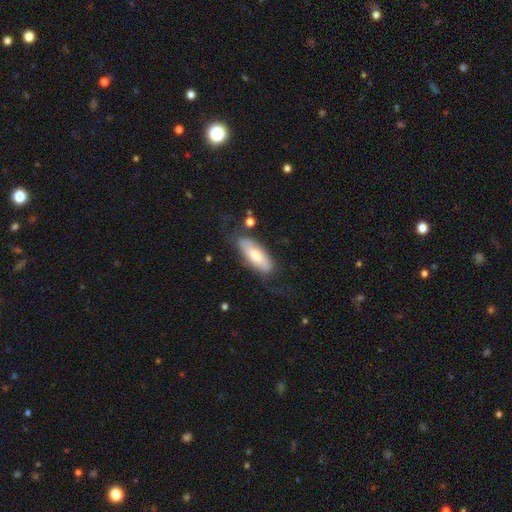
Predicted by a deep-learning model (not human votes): Morphology: type=smooth (60%); roundness=in between (73%); merging=none (61%).